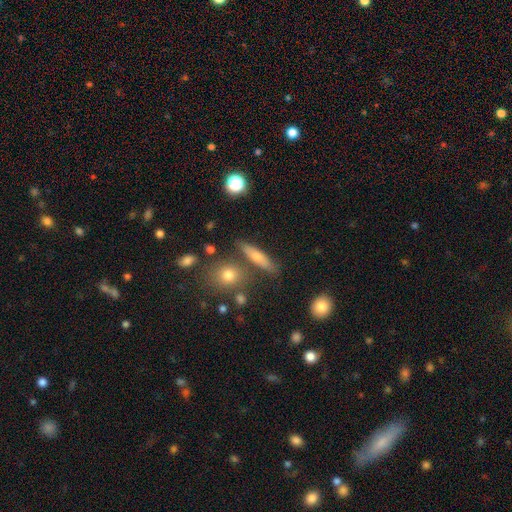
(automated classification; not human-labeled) Overall: smooth (49%; featured or disk 41%). Merging: none (77%).